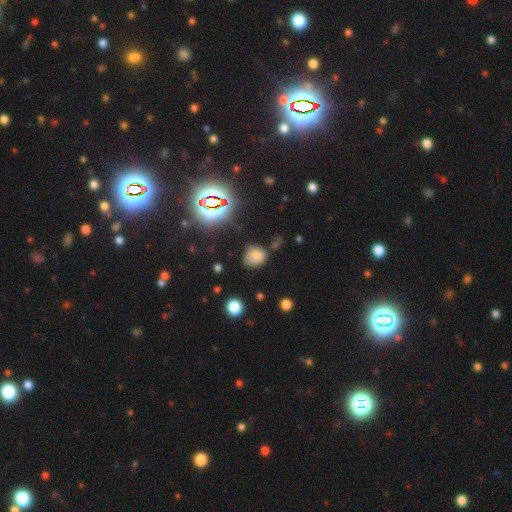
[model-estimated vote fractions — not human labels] This is likely a smooth galaxy (70%). How rounded: likely round (66%). Merging: possibly none (57%).